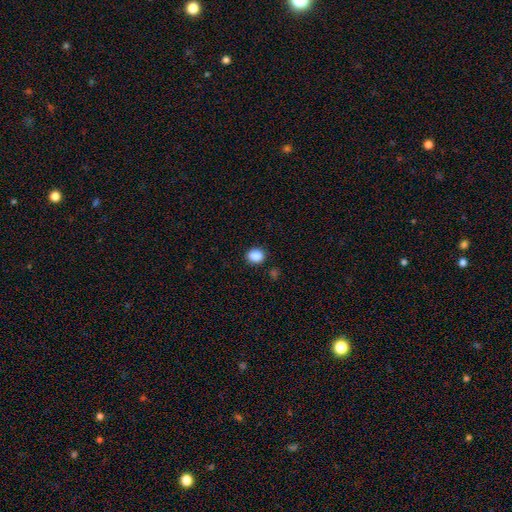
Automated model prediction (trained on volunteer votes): Q: Smooth or featured?
A: smooth (87%); runner-up: star or artifact (10%)
Q: How rounded?
A: round (63%); runner-up: in between (36%)
Q: Merging?
A: none (88%); runner-up: minor disturbance (8%)